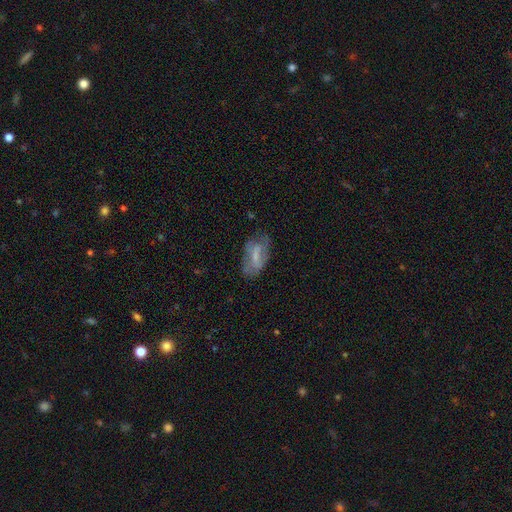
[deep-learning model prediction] featured or disk 49%, smooth 42%, star or artifact 8%. Down the decision tree: merging — none (55%).